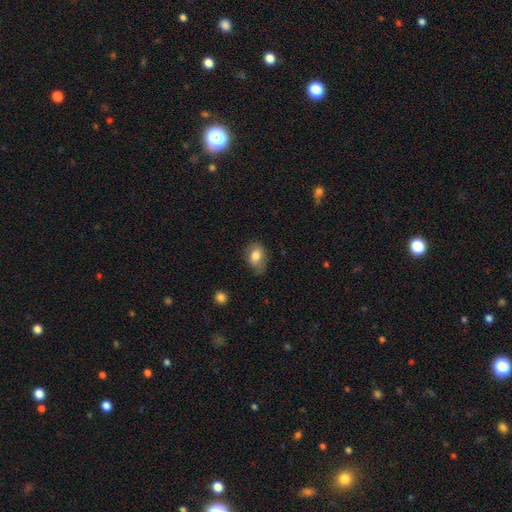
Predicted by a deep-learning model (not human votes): smooth 78%, featured or disk 14%, star or artifact 8%. Down the decision tree: how rounded — in between (79%); merging — none (60%).